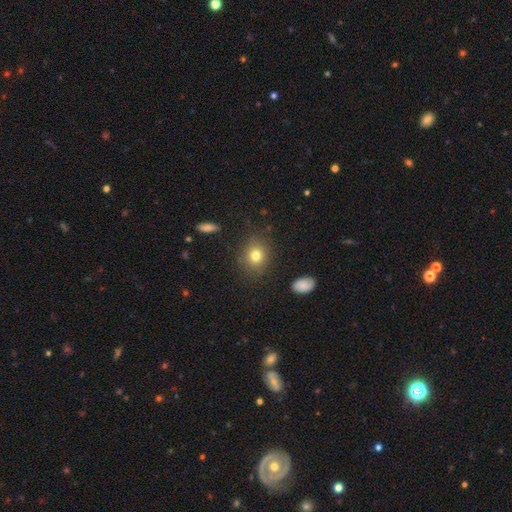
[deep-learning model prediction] The model was most divided on "how rounded": round: 72%, in between: 27%, cigar-shaped: 1%. More confident: merging — none (84%); smooth or featured — smooth (78%).